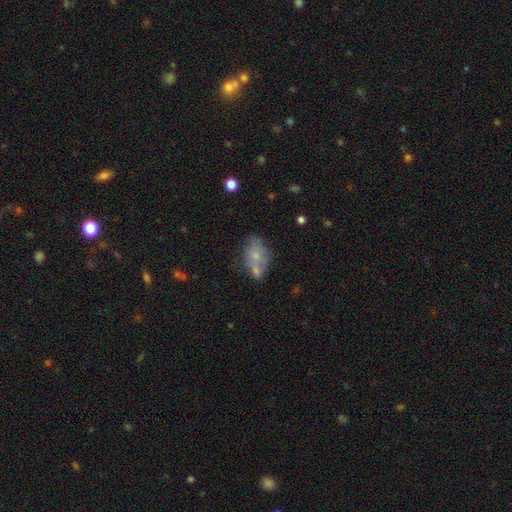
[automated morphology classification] smooth_or_featured: smooth (p=0.61) [alt: featured or disk p=0.29]
how_rounded: in between (p=0.82) [alt: round p=0.16]
merging: merger (p=0.35) [tied with: none p=0.35]